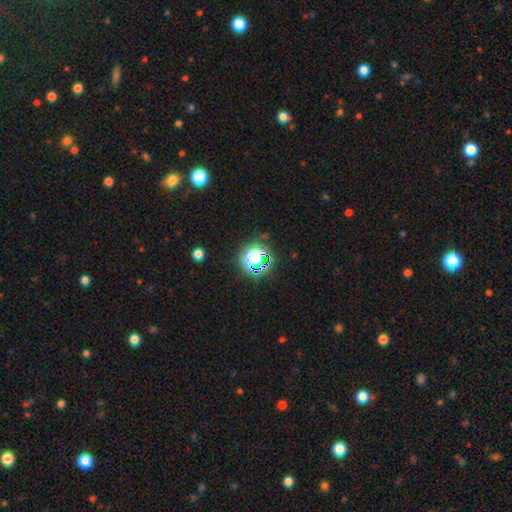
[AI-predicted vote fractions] Smooth or featured?
  - star or artifact: 58% *
  - smooth: 32%
  - featured or disk: 11%